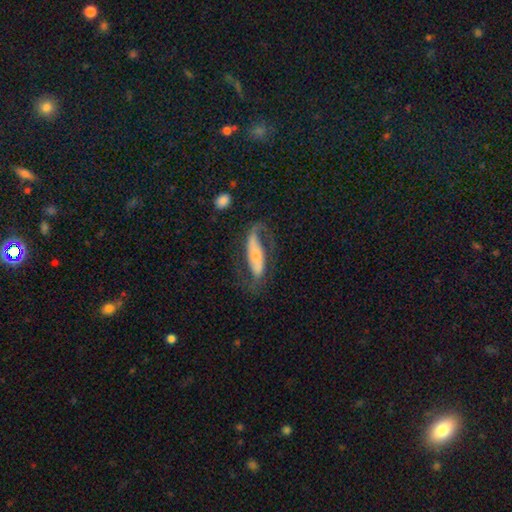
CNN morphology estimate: Q: Smooth or featured?
A: featured or disk (73%); runner-up: smooth (21%)
Q: Edge-on disk?
A: no (85%); runner-up: yes (15%)
Q: Bar?
A: strong (44%); runner-up: no (32%)
Q: Spiral arms?
A: yes (88%); runner-up: no (12%)
Q: Spiral winding?
A: loose (47%); runner-up: medium (38%)
Q: Spiral arm count?
A: 2 (77%); runner-up: 1 (15%)
Q: Bulge size?
A: small (51%); runner-up: moderate (38%)
Q: Merging?
A: none (60%); runner-up: major disturbance (21%)